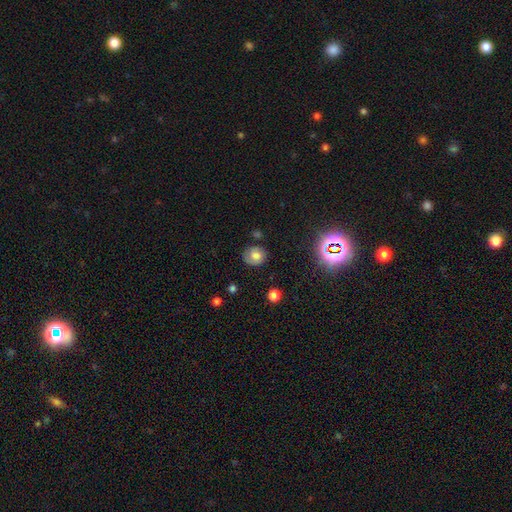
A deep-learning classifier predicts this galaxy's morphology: A smooth galaxy with no disk features (56%) that is round (79%). Merging: none (74%).